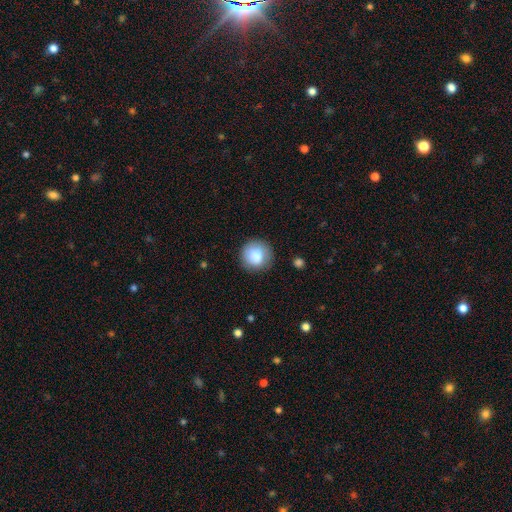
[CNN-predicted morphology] Smooth or featured?
  - smooth: 84% *
  - featured or disk: 8%
  - star or artifact: 8%
How rounded?
  - round: 92% *
  - in between: 7%
  - cigar-shaped: 1%
Merging?
  - none: 83% *
  - minor disturbance: 12%
  - major disturbance: 3%
  - merger: 1%